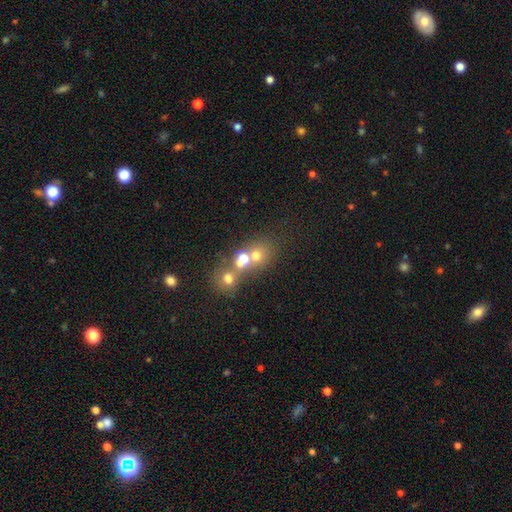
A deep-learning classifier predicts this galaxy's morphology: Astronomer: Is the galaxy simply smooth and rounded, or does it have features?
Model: smooth — 63%.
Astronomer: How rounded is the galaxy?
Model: round — 71%.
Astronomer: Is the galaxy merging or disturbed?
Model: merger — 53% (runner-up: none, 35%).